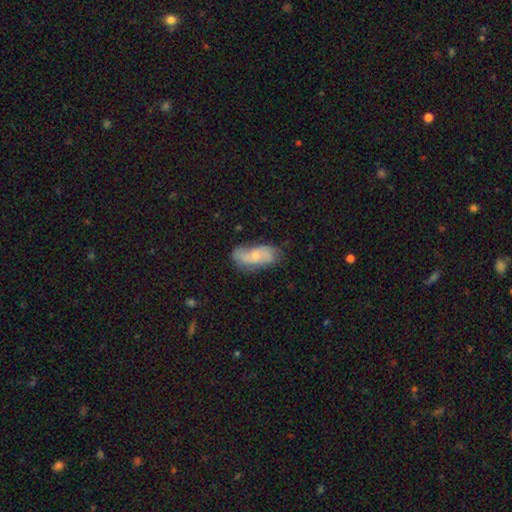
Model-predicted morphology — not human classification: Smooth or featured? Predicted: featured or disk (p=0.47). Merging? Predicted: none (p=0.60).